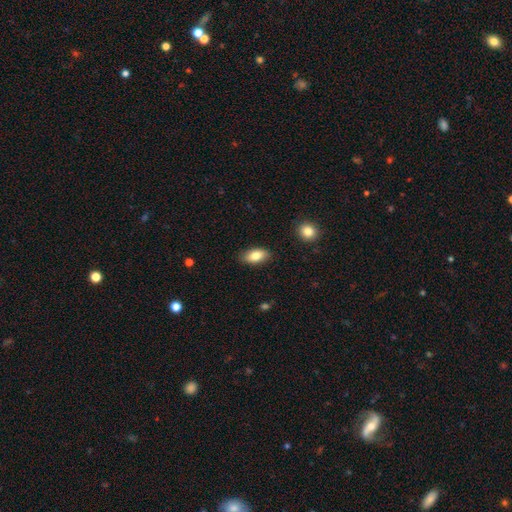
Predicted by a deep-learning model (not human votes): This is clearly a smooth galaxy (82%). How rounded: clearly in between (91%). Merging: clearly none (87%).